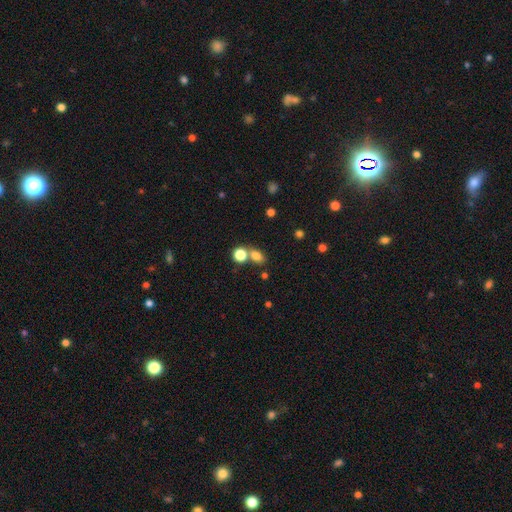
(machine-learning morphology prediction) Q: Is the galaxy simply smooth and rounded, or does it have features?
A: smooth — 77%.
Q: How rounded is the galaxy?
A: in between — 65%.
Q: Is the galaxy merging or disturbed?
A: none — 53%.